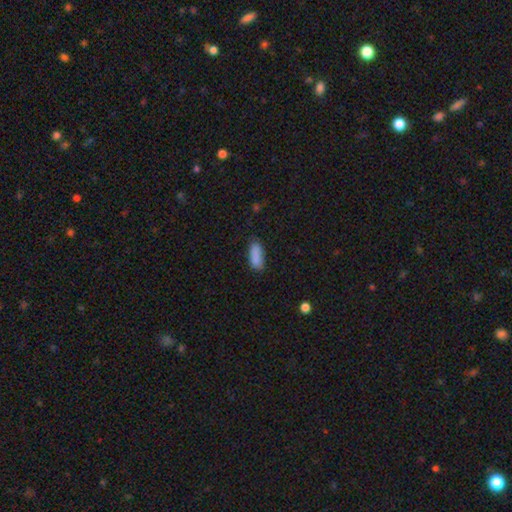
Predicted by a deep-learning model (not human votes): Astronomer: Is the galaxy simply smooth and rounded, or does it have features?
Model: smooth — 87%.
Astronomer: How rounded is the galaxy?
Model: in between — 75%.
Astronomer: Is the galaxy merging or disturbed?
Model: none — 72%.